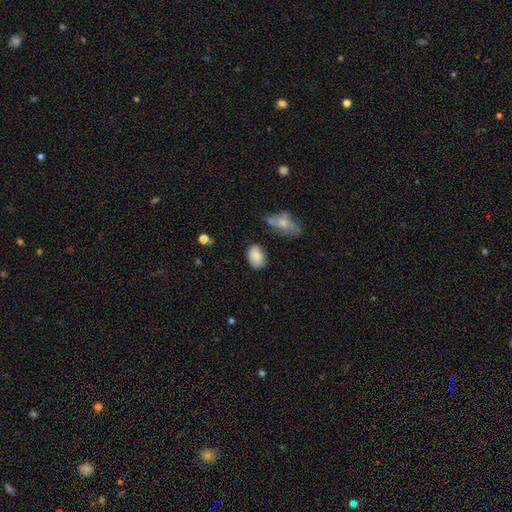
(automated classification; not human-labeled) smooth_or_featured: smooth (p=0.83) [alt: featured or disk p=0.09]
how_rounded: in between (p=0.84) [alt: round p=0.14]
merging: none (p=0.72) [alt: minor disturbance p=0.20]